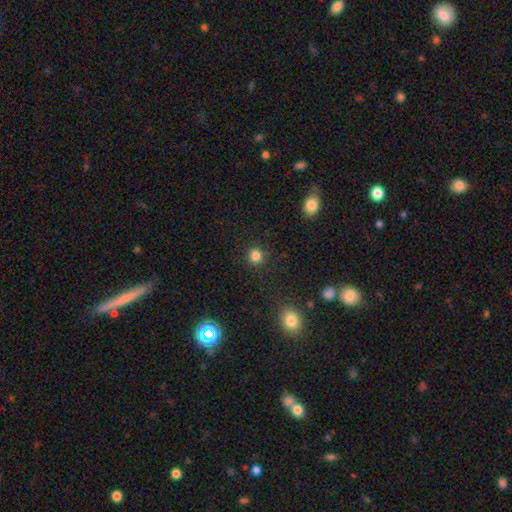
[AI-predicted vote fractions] A smooth galaxy with no disk features (83%) that is round (91%).

Vote fractions:
- Smooth or featured? smooth: 83% / star or artifact: 13% / featured or disk: 4%
- How rounded? round: 91% / in between: 8% / cigar-shaped: 1%
- Merging? none: 88% / minor disturbance: 7% / major disturbance: 3% / merger: 2%